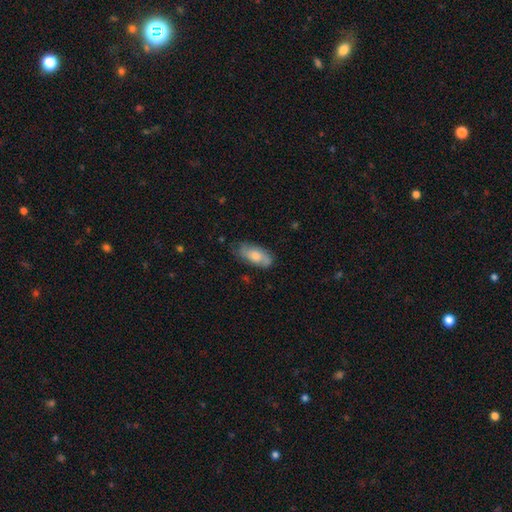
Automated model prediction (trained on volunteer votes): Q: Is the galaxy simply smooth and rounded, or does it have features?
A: smooth — 67%.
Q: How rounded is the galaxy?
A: in between — 87%.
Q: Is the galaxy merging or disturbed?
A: none — 64%.